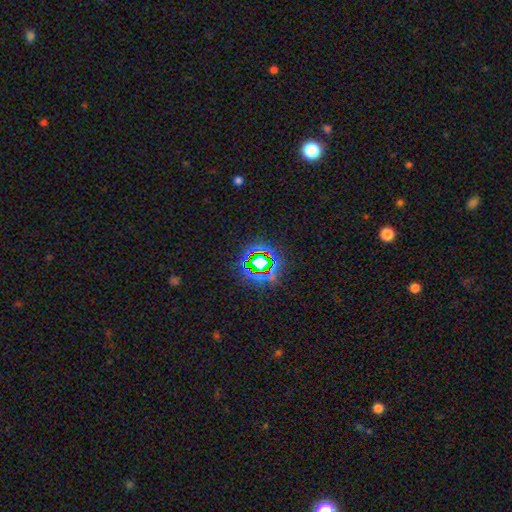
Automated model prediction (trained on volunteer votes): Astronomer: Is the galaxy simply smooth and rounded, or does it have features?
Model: star or artifact — 73%.